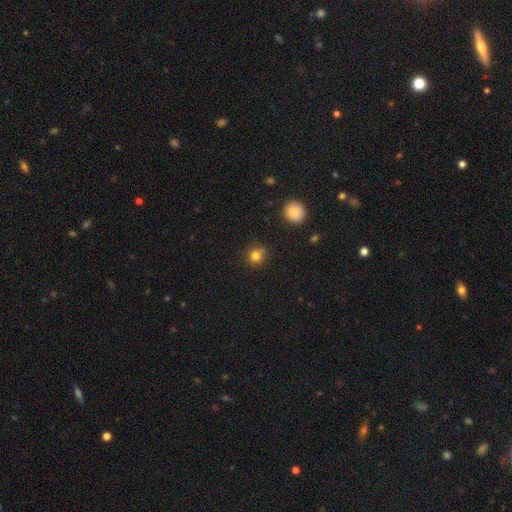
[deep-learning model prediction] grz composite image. It shows a smooth galaxy with no disk features (80%) that is round (90%). Merging: none (77%).